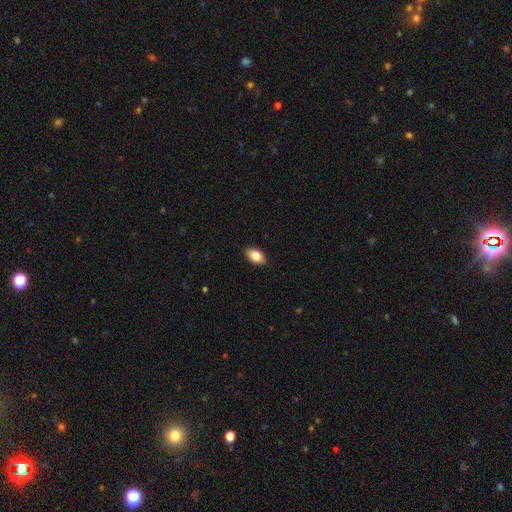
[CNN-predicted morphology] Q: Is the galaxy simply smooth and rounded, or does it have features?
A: smooth — 84%.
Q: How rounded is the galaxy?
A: in between — 91%.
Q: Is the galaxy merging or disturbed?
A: none — 89%.